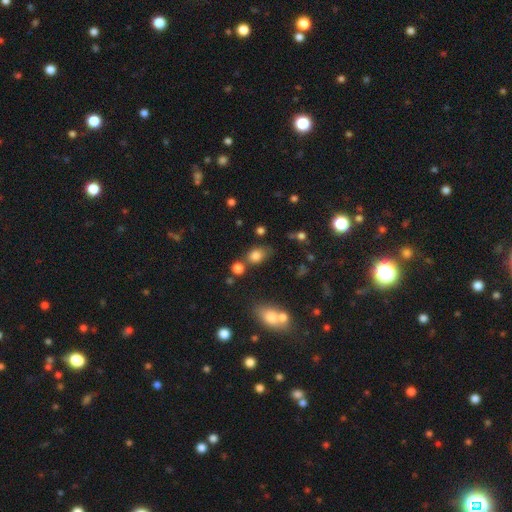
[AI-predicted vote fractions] A smooth galaxy with no disk features (80%) that is in between round and cigar-shaped (61%).

Vote fractions:
- Smooth or featured? smooth: 80% / star or artifact: 13% / featured or disk: 7%
- How rounded? in between: 61% / round: 38% / cigar-shaped: 2%
- Merging? none: 60% / minor disturbance: 17% / merger: 17% / major disturbance: 6%